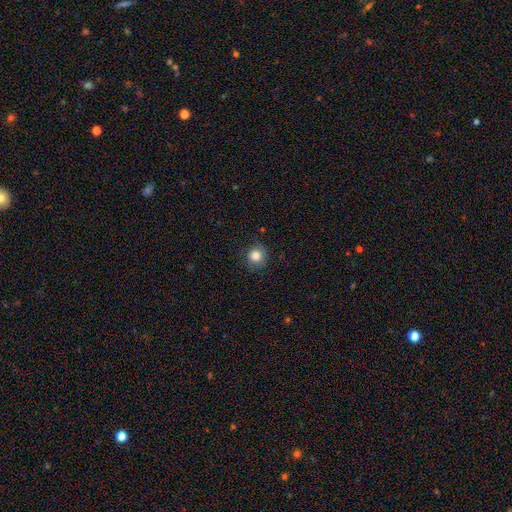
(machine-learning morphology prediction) Smooth or featured? Predicted: smooth (p=0.84). How rounded? Predicted: round (p=0.89). Merging? Predicted: none (p=0.84).